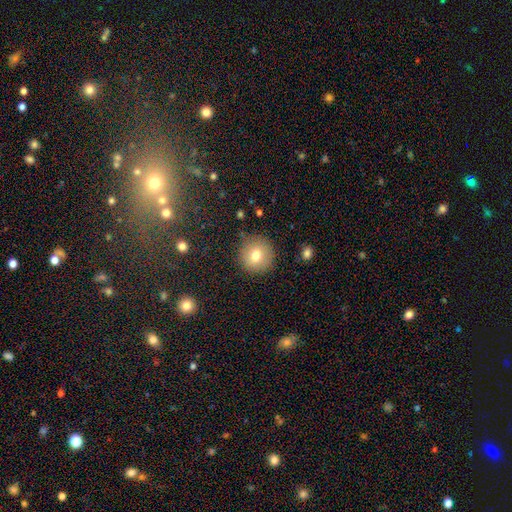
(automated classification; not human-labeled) Smooth or featured? Predicted: smooth (p=0.75). How rounded? Predicted: round (p=0.92). Merging? Predicted: none (p=0.86).